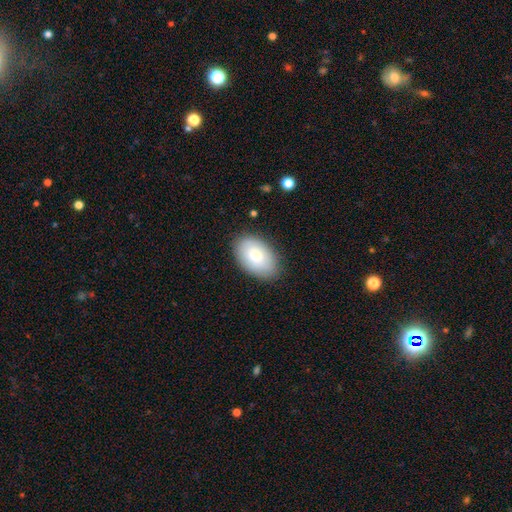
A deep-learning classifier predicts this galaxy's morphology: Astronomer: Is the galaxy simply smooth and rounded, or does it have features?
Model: smooth — 77%.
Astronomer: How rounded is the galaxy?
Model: in between — 91%.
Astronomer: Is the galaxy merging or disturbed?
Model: none — 84%.